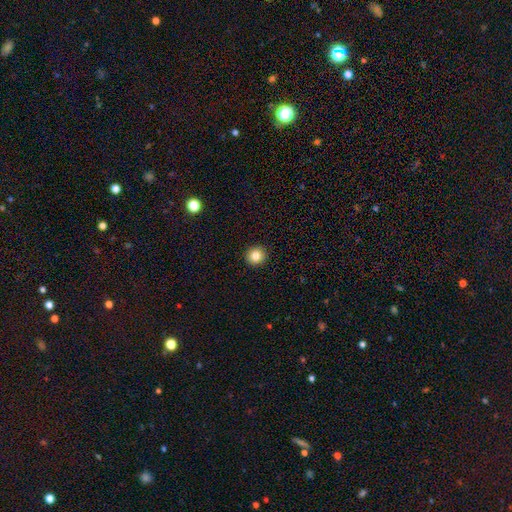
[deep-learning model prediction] smooth 83%, star or artifact 11%, featured or disk 6%. Down the decision tree: how rounded — round (90%); merging — none (93%).